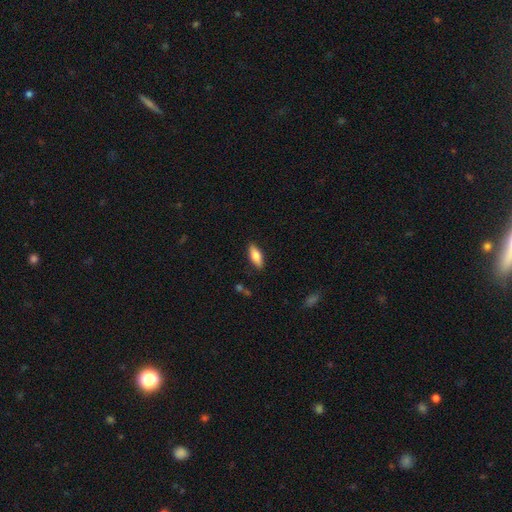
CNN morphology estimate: Smooth or featured?
  - smooth: 80% *
  - featured or disk: 14%
  - star or artifact: 6%
How rounded?
  - in between: 76% *
  - cigar-shaped: 22%
  - round: 2%
Merging?
  - none: 86% *
  - minor disturbance: 10%
  - major disturbance: 2%
  - merger: 1%